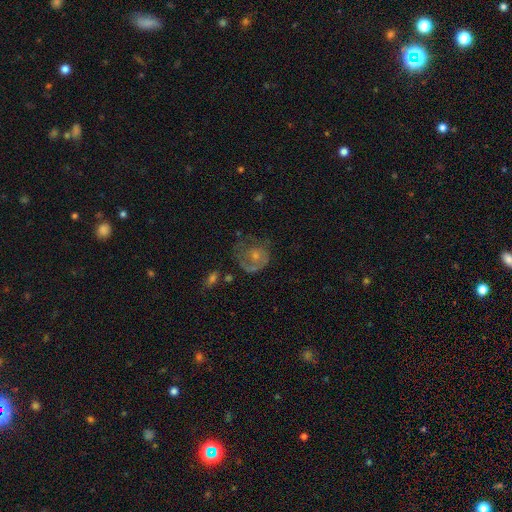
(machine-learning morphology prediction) Smooth or featured?
  - featured or disk: 50% *
  - smooth: 41%
  - star or artifact: 9%
Edge-on disk?
  - no: 97% *
  - yes: 3%
Merging?
  - none: 40% *
  - major disturbance: 32%
  - minor disturbance: 24%
  - merger: 4%